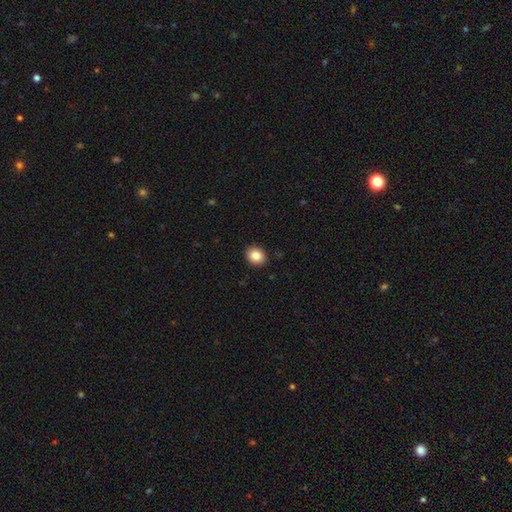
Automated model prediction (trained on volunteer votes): Overall: smooth (85%). How rounded: round (64%; in between 35%). Merging: none (91%).